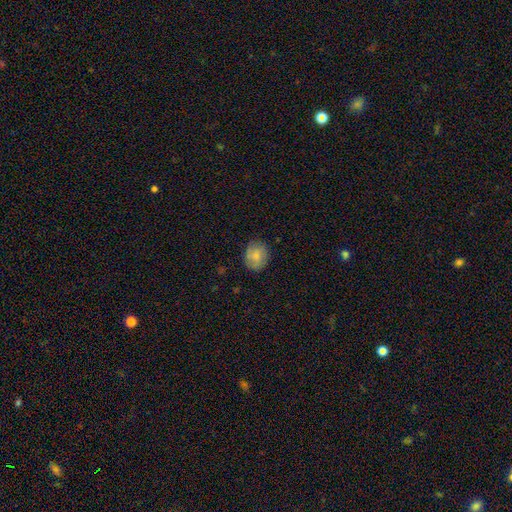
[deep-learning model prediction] This appears to be a smooth galaxy with no disk features (77%) that is round (64%). Merging: none (80%).